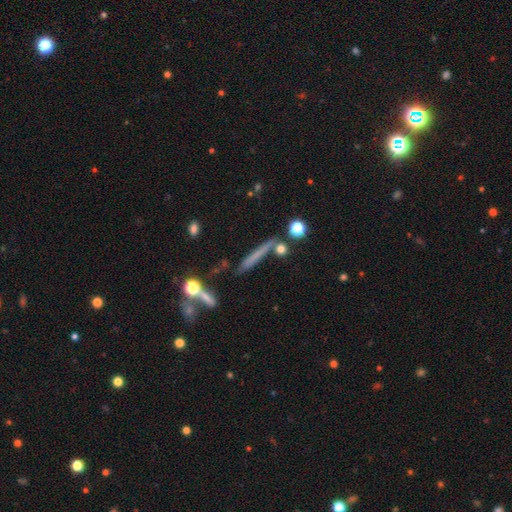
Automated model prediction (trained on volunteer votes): This is possibly a smooth galaxy (53%). How rounded: clearly cigar-shaped (89%). Merging: likely none (71%).